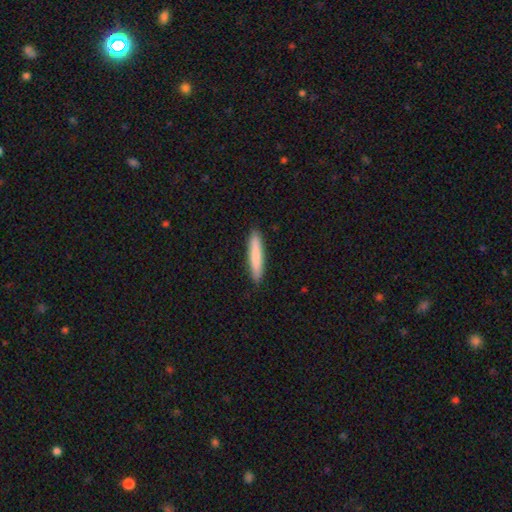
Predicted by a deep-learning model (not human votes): The model was most divided on "smooth or featured": smooth: 82%, featured or disk: 12%, star or artifact: 5%. More confident: how rounded — cigar-shaped (92%); merging — none (90%).